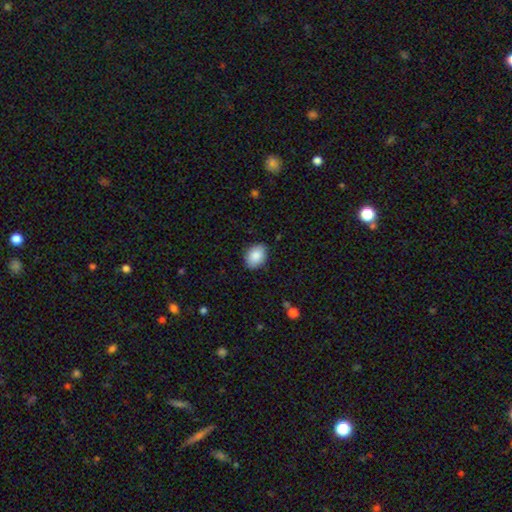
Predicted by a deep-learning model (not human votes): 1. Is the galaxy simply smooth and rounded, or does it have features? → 88% smooth, 7% star or artifact, 5% featured or disk.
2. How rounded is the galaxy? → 73% in between, 26% round, 1% cigar-shaped.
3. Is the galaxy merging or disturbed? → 86% none, 11% minor disturbance, 2% major disturbance, 1% merger.